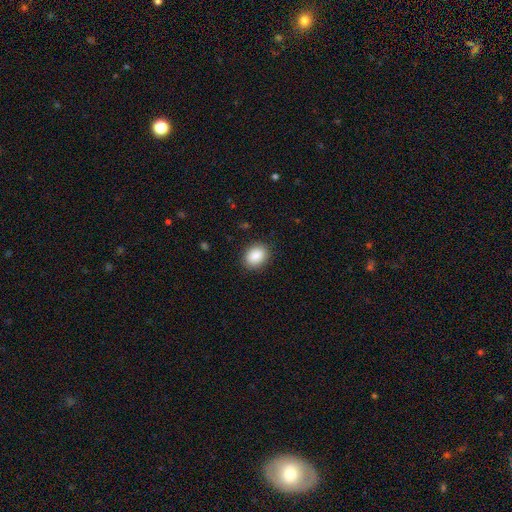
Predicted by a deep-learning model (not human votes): Smooth or featured?
  - smooth: 88% *
  - star or artifact: 7%
  - featured or disk: 4%
How rounded?
  - in between: 64% *
  - round: 35%
  - cigar-shaped: 1%
Merging?
  - none: 88% *
  - minor disturbance: 9%
  - major disturbance: 2%
  - merger: 1%